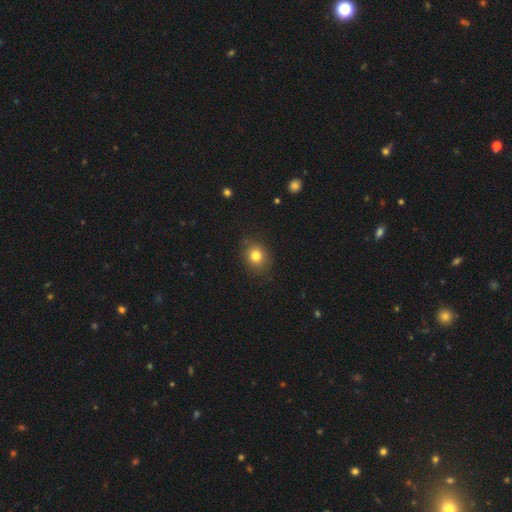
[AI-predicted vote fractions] A smooth galaxy with no disk features (81%) that is round (66%).

Vote fractions:
- Smooth or featured? smooth: 81% / star or artifact: 12% / featured or disk: 8%
- How rounded? round: 66% / in between: 33% / cigar-shaped: 1%
- Merging? none: 84% / minor disturbance: 12% / major disturbance: 3% / merger: 1%